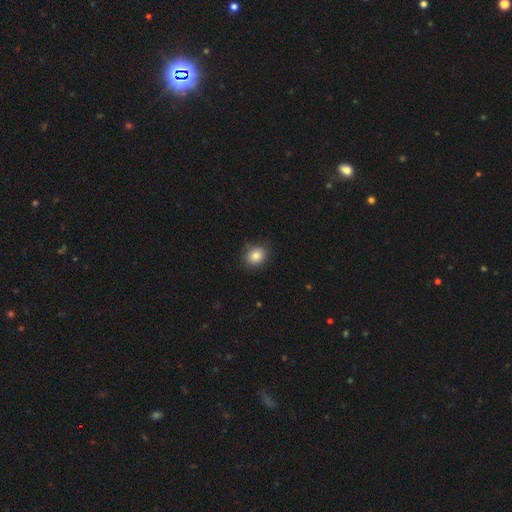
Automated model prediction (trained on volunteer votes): Smooth or featured? smooth (84%)
How rounded? round (63%)
Merging? none (85%)